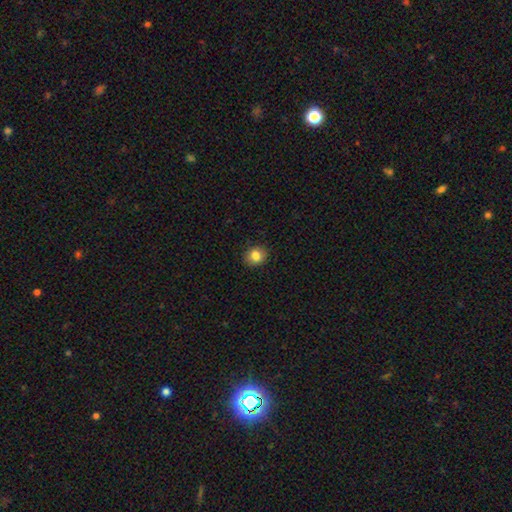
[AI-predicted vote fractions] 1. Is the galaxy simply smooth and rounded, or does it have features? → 84% smooth, 10% star or artifact, 6% featured or disk.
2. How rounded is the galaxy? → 71% round, 28% in between, 1% cigar-shaped.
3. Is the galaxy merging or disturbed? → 89% none, 8% minor disturbance, 2% major disturbance, 1% merger.